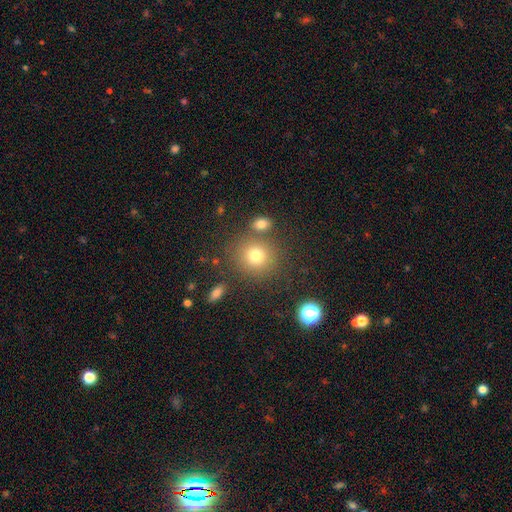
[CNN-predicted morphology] This is likely a smooth galaxy (75%). How rounded: clearly round (84%). Merging: likely none (76%).